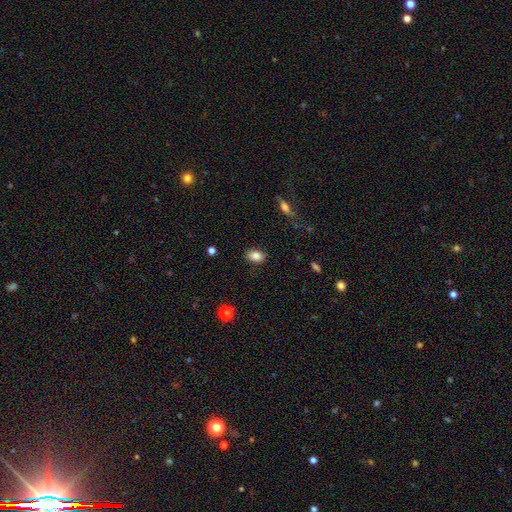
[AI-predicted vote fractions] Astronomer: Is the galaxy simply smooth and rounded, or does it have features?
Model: smooth — 86%.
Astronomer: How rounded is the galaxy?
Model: in between — 85%.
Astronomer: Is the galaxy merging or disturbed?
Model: none — 86%.